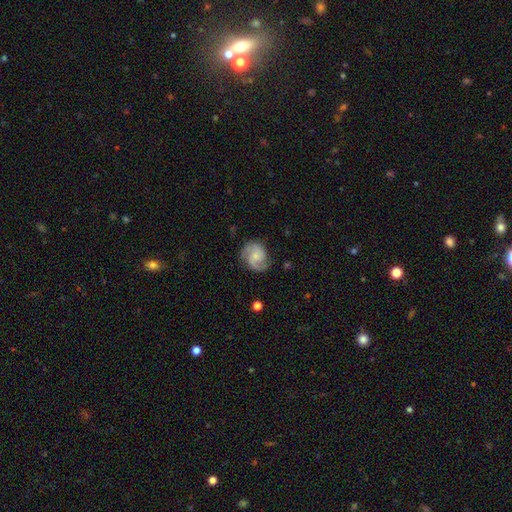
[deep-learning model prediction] Smooth or featured? featured or disk (81%)
Edge-on disk? no (98%)
Bar? no (61%)
Spiral arms? yes (97%)
Spiral winding? medium (53%)
Spiral arm count? 2 (88%)
Bulge size? small (56%)
Merging? none (78%)